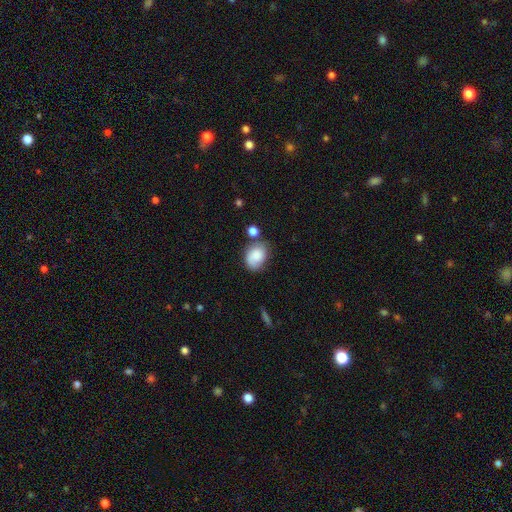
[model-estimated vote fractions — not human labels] Smooth or featured? Predicted: smooth (p=0.75). How rounded? Predicted: in between (p=0.67). Merging? Predicted: none (p=0.52).